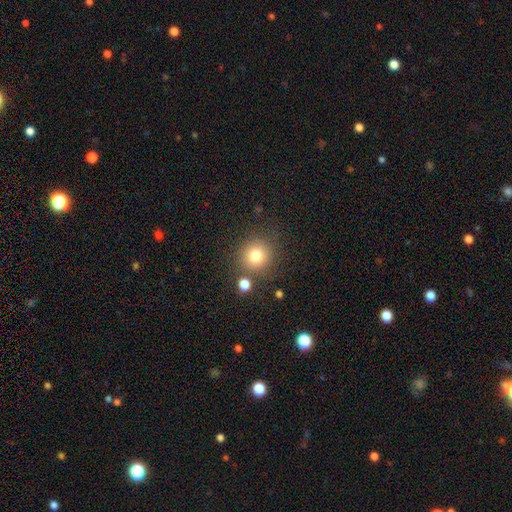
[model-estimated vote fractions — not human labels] Morphology: type=smooth (79%); roundness=round (91%); merging=none (79%).